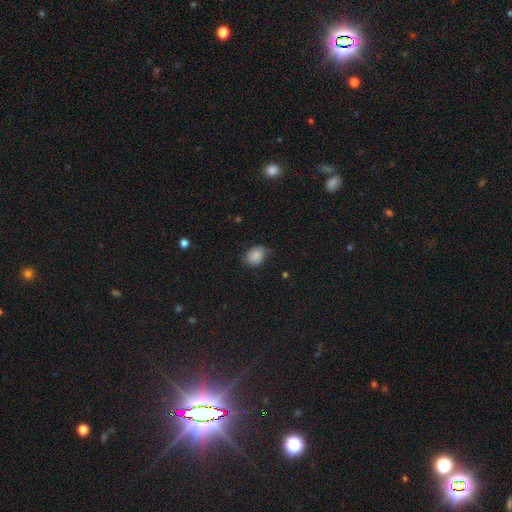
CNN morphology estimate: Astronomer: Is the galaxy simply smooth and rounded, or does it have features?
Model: smooth — 81%.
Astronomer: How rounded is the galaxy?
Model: in between — 62%.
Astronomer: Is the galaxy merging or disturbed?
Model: none — 65%.